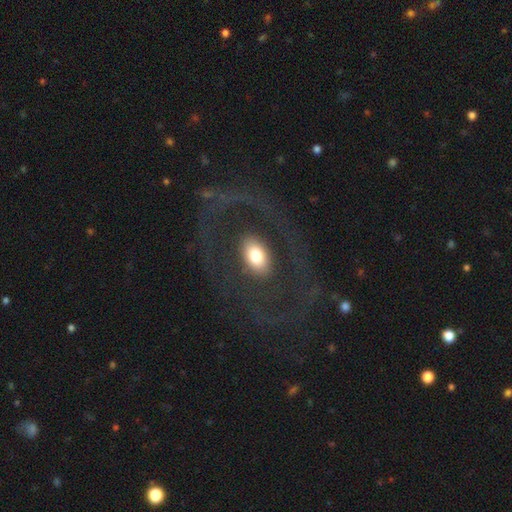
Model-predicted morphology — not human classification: This is possibly a smooth galaxy (57%). How rounded: clearly in between (89%). Merging: likely none (69%).